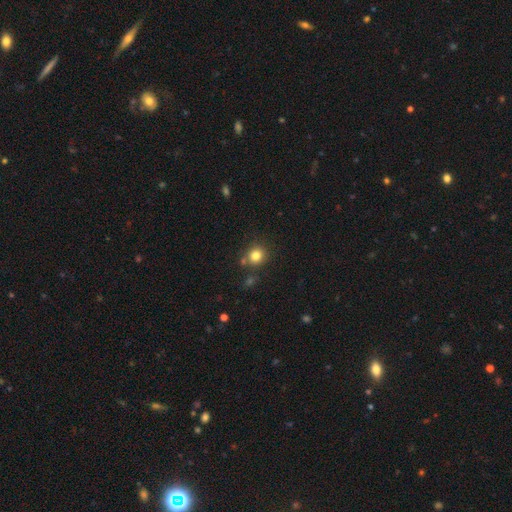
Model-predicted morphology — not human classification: smooth 81%, star or artifact 12%, featured or disk 6%. Down the decision tree: how rounded — round (87%); merging — none (76%).